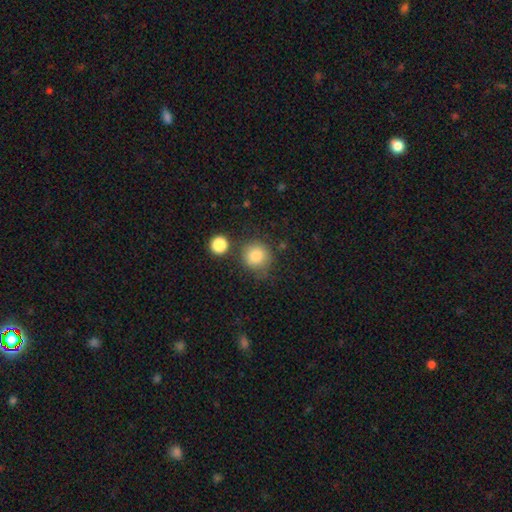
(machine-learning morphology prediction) This is clearly a smooth galaxy (83%). How rounded: clearly round (90%). Merging: likely none (72%).